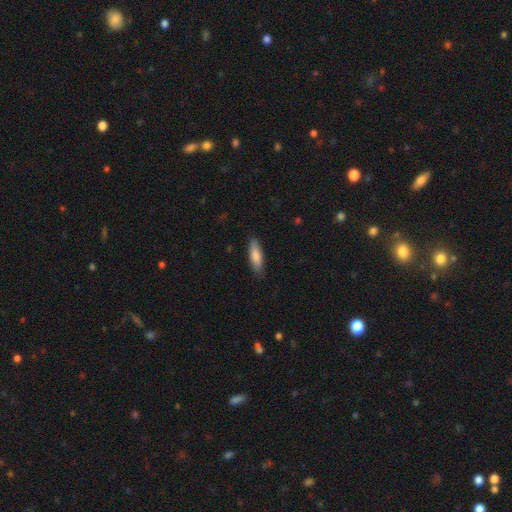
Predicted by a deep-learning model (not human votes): This is clearly a smooth galaxy (83%). How rounded: possibly cigar-shaped (53%). Merging: clearly none (85%).